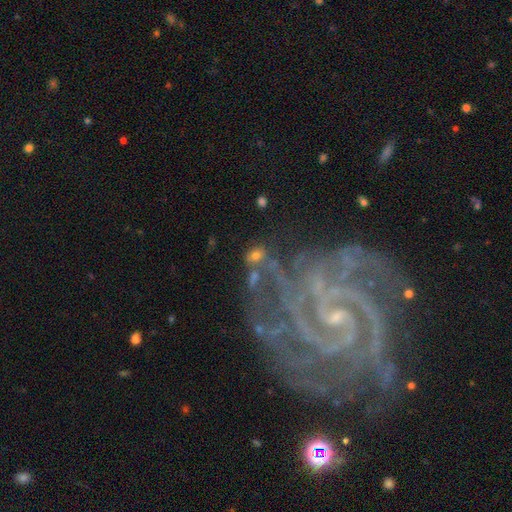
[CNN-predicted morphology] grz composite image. It shows a smooth galaxy with no disk features (54%) that is in between round and cigar-shaped (61%). Merging: none (55%).